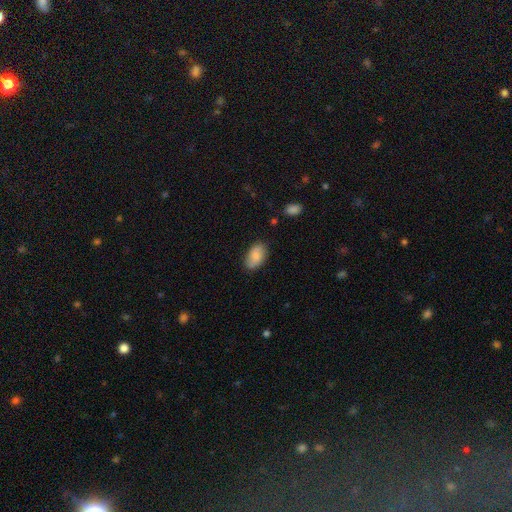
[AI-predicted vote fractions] A smooth galaxy with no disk features (80%) that is in between round and cigar-shaped (93%).

Vote fractions:
- Smooth or featured? smooth: 80% / featured or disk: 13% / star or artifact: 7%
- How rounded? in between: 93% / round: 5% / cigar-shaped: 2%
- Merging? none: 79% / minor disturbance: 17% / major disturbance: 3% / merger: 1%